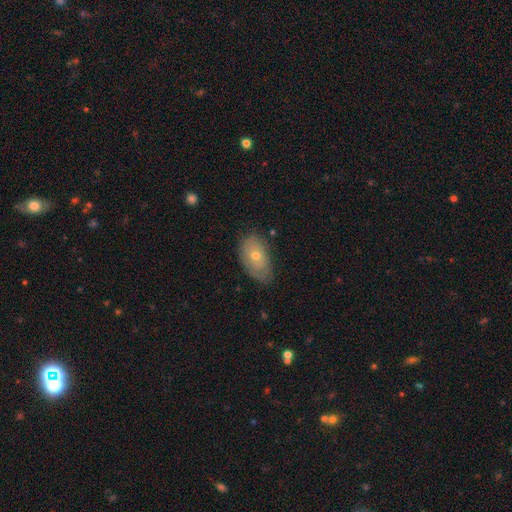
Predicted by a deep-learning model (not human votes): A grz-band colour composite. It shows a smooth galaxy with no disk features (52%) that is in between round and cigar-shaped (89%). Merging: none (65%).